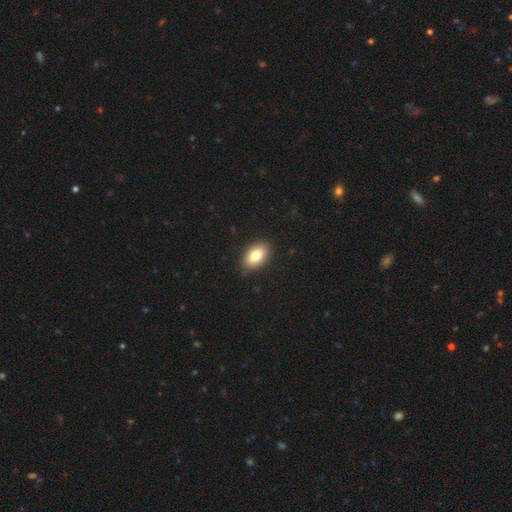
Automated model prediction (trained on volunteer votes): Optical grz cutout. It shows a smooth galaxy with no disk features (80%) that is in between round and cigar-shaped (90%). Merging: none (86%).